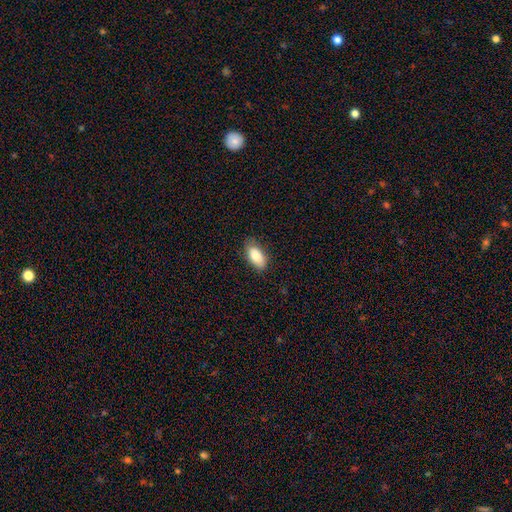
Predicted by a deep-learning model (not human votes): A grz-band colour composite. It shows a smooth galaxy with no disk features (83%) that is in between round and cigar-shaped (91%). Merging: none (81%).